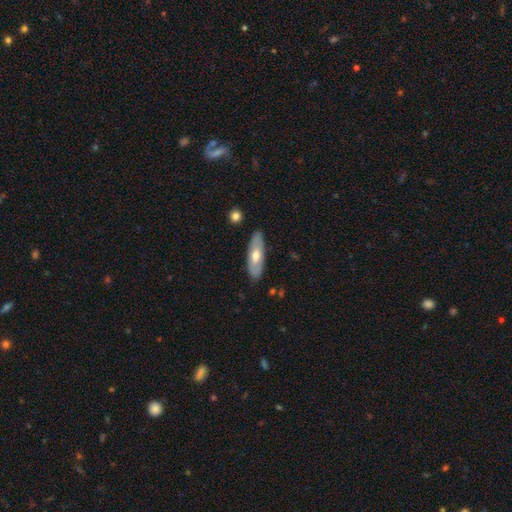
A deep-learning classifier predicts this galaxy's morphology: This is possibly a smooth galaxy (49%). Merging: clearly none (83%).